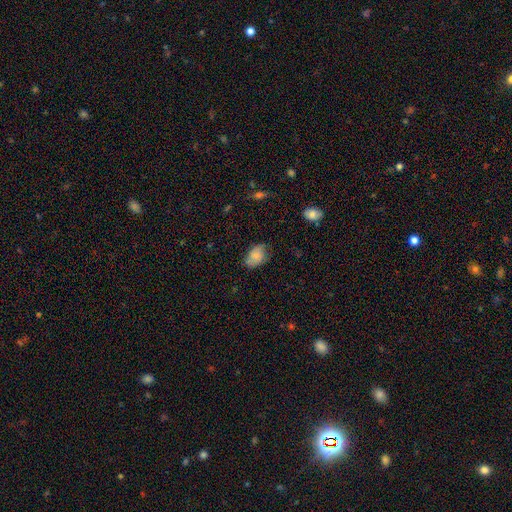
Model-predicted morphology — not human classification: A smooth galaxy with no disk features (71%) that is in between round and cigar-shaped (83%). Merging: none (62%).